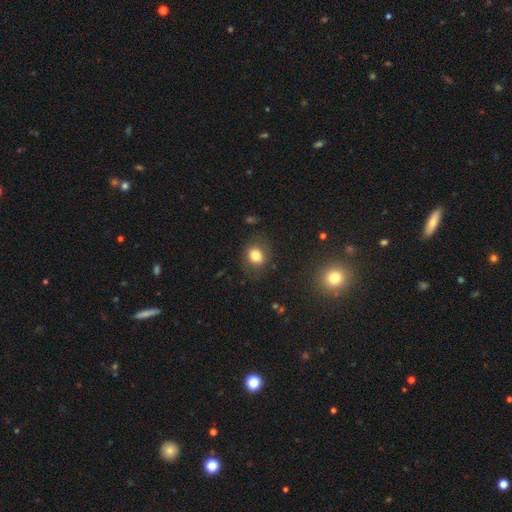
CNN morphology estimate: Q: Smooth or featured?
A: smooth (78%); runner-up: star or artifact (12%)
Q: How rounded?
A: round (62%); runner-up: in between (37%)
Q: Merging?
A: none (79%); runner-up: minor disturbance (14%)